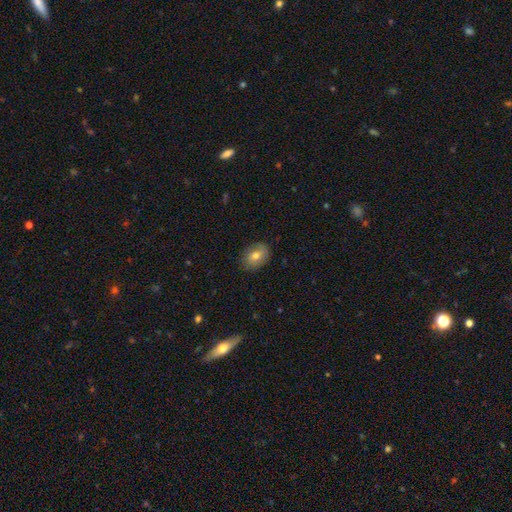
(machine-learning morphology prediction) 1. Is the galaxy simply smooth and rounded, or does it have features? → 74% smooth, 18% featured or disk, 8% star or artifact.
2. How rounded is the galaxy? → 76% in between, 23% round, 1% cigar-shaped.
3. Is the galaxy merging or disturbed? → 85% none, 11% minor disturbance, 3% major disturbance, 1% merger.